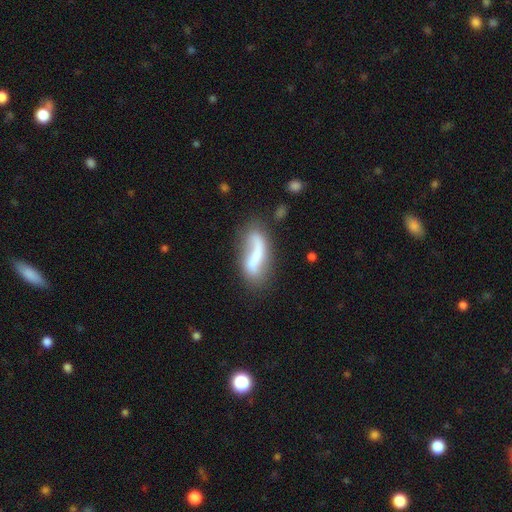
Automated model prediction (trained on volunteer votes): smooth-or-featured: featured or disk: 54% | smooth: 38% | star or artifact: 8%
  disk-edge-on: no: 89% | yes: 11%
  merging: none: 46% | minor disturbance: 24% | major disturbance: 19% | merger: 12%